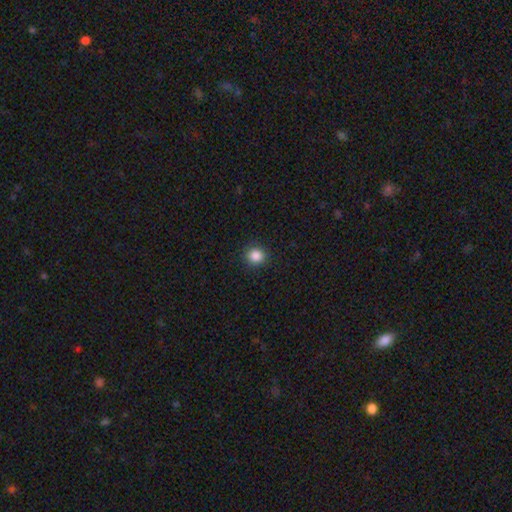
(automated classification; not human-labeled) The model was most divided on "smooth or featured": smooth: 87%, star or artifact: 10%, featured or disk: 3%. More confident: merging — none (91%); how rounded — round (88%).